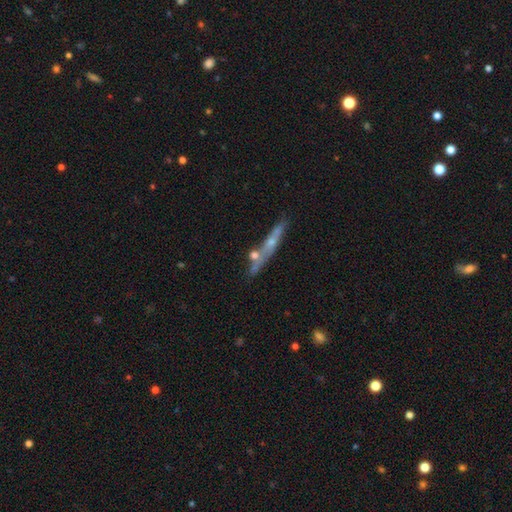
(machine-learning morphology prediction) A featured or disk galaxy (55%) viewed edge-on (82%). Merging: none (60%).